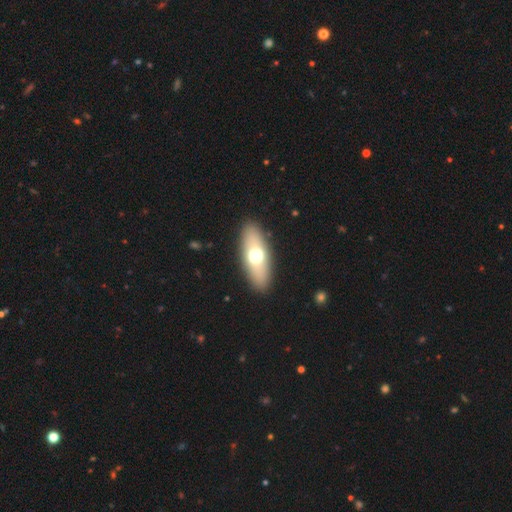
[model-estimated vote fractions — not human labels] A smooth galaxy with no disk features (61%) that is in between round and cigar-shaped (73%).

Vote fractions:
- Smooth or featured? smooth: 61% / featured or disk: 31% / star or artifact: 7%
- How rounded? in between: 73% / cigar-shaped: 22% / round: 5%
- Merging? none: 89% / minor disturbance: 7% / major disturbance: 3% / merger: 1%